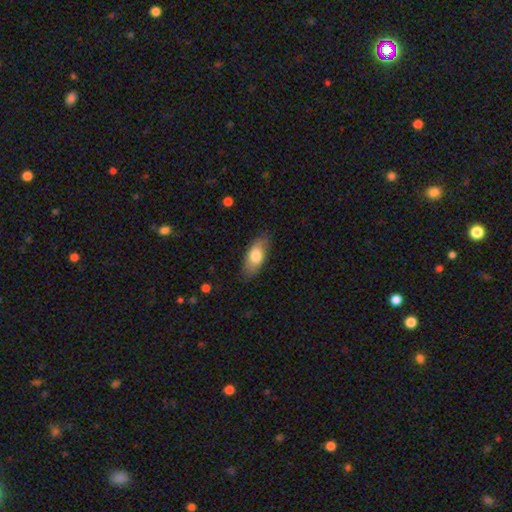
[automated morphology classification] smooth_or_featured: smooth (p=0.75) [alt: featured or disk p=0.19]
how_rounded: in between (p=0.85) [alt: cigar-shaped p=0.12]
merging: none (p=0.80) [alt: minor disturbance p=0.15]